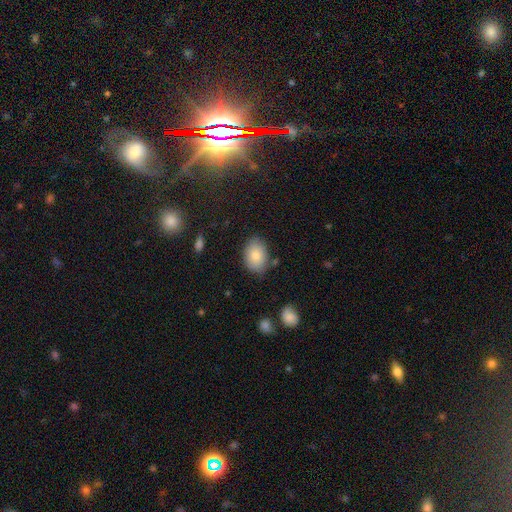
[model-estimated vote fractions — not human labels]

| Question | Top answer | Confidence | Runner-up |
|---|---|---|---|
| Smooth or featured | smooth | 84% | featured or disk (9%) |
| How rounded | in between | 86% | round (13%) |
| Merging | none | 80% | minor disturbance (15%) |